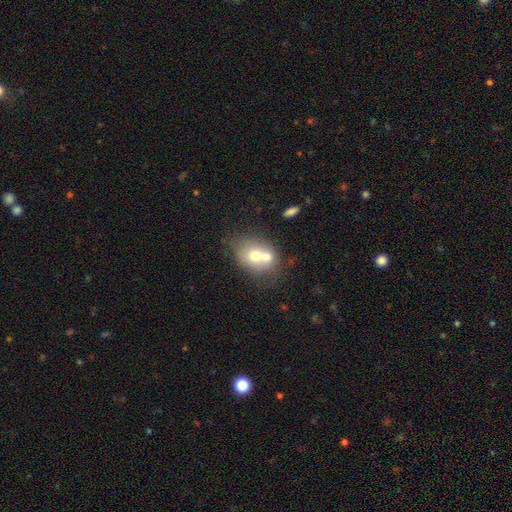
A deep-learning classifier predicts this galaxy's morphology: A smooth galaxy with no disk features (63%) that is in between round and cigar-shaped (53%). Merging: merger (57%).